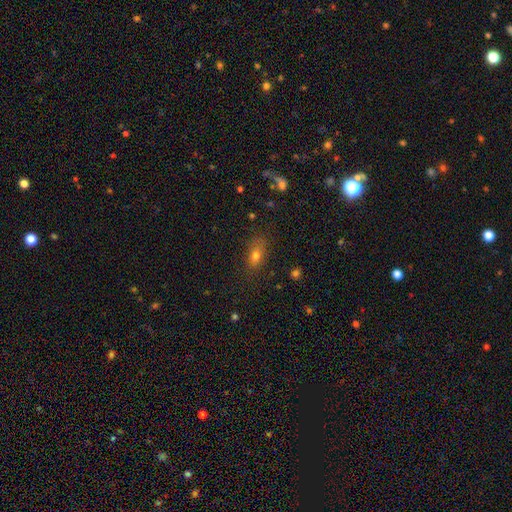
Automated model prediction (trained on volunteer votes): A smooth galaxy with no disk features (73%) that is in between round and cigar-shaped (75%).

Vote fractions:
- Smooth or featured? smooth: 73% / star or artifact: 14% / featured or disk: 14%
- How rounded? in between: 75% / round: 15% / cigar-shaped: 10%
- Merging? none: 75% / minor disturbance: 17% / major disturbance: 6% / merger: 2%